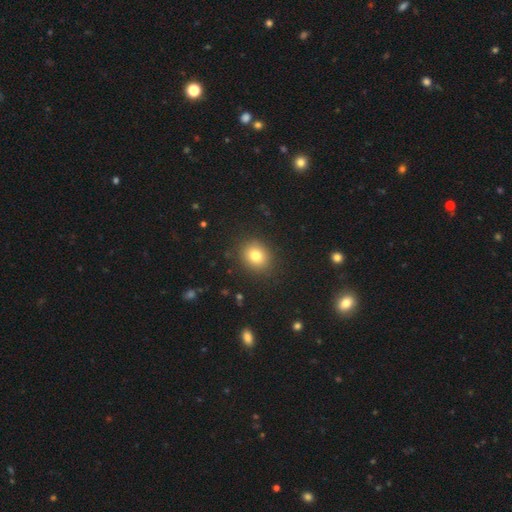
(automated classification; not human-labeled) A smooth galaxy with no disk features (79%) that is round (70%). Merging: none (89%).